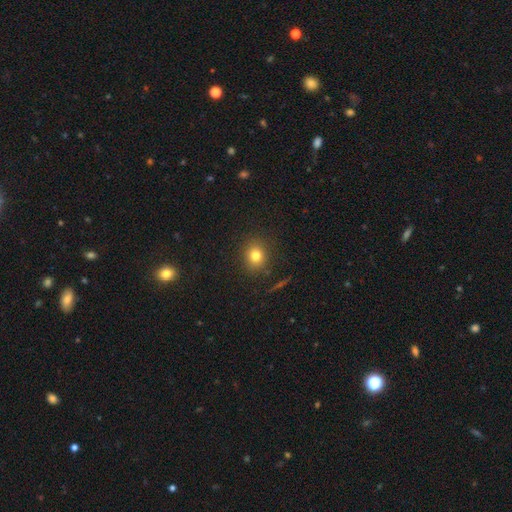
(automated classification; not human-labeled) A smooth galaxy with no disk features (78%) that is round (76%).

Vote fractions:
- Smooth or featured? smooth: 78% / star or artifact: 14% / featured or disk: 8%
- How rounded? round: 76% / in between: 23% / cigar-shaped: 1%
- Merging? none: 87% / minor disturbance: 8% / major disturbance: 3% / merger: 2%